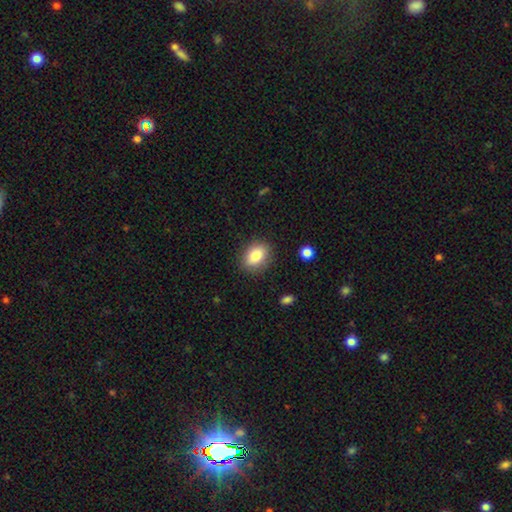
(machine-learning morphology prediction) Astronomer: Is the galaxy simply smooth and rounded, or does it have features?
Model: smooth — 83%.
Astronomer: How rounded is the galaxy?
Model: in between — 74%.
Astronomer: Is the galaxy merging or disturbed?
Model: none — 85%.